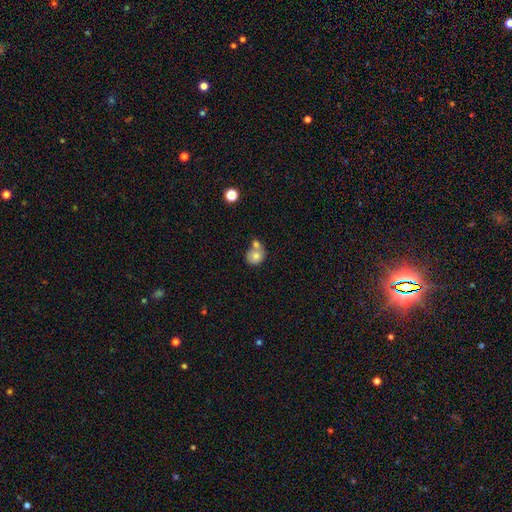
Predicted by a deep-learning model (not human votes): Smooth or featured? Predicted: smooth (p=0.74). How rounded? Predicted: round (p=0.75). Merging? Predicted: merger (p=0.52).